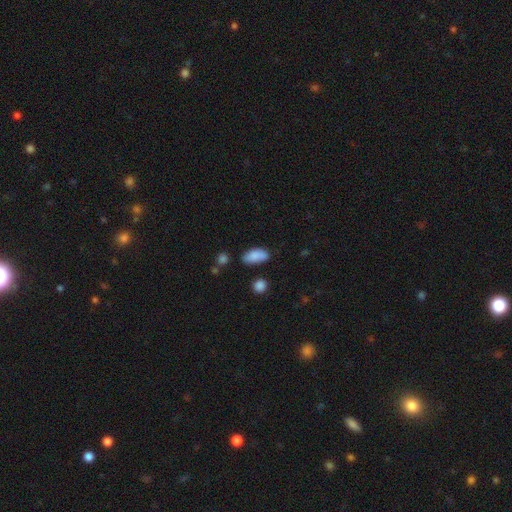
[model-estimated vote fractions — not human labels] This is clearly a smooth galaxy (85%). How rounded: clearly in between (89%). Merging: likely none (67%).